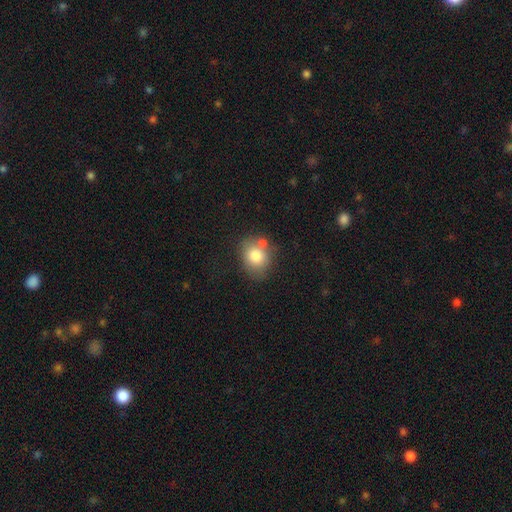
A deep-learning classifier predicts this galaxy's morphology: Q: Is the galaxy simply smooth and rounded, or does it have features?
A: smooth — 79%.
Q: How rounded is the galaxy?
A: round — 59%.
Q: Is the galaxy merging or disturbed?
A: none — 56%.